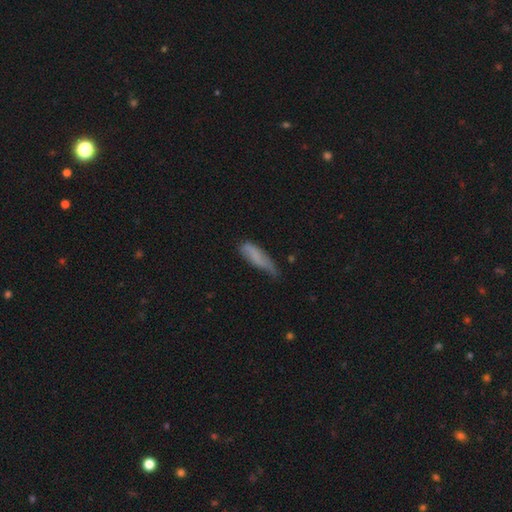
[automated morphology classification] This appears to be a smooth galaxy with no disk features (67%) that is cigar-shaped (64%). Merging: minor disturbance (42%).